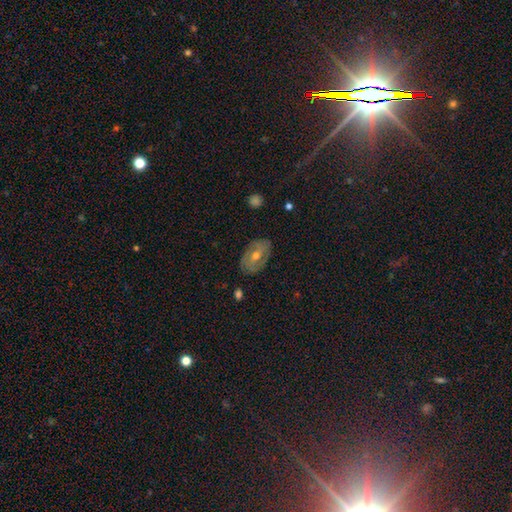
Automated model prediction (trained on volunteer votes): Overall: featured or disk (62%; smooth 26%). Edge-on disk: no (93%). Bar: no (48%; weak 38%). Spiral arms: yes (64%; no 36%). Bulge size: moderate (66%; small 30%). Merging: none (82%).